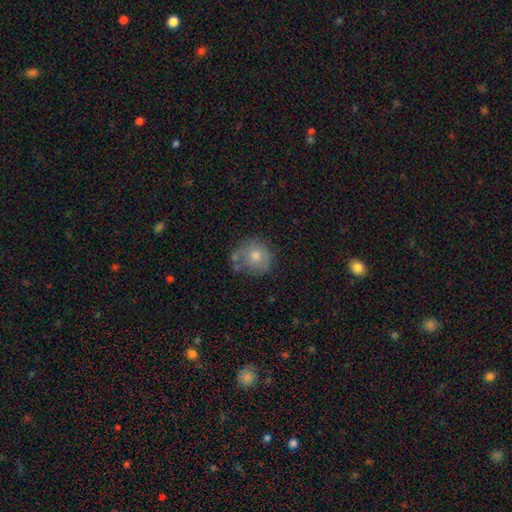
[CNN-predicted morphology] This appears to be a smooth galaxy with no disk features (67%) that is round (85%). Merging: none (57%).